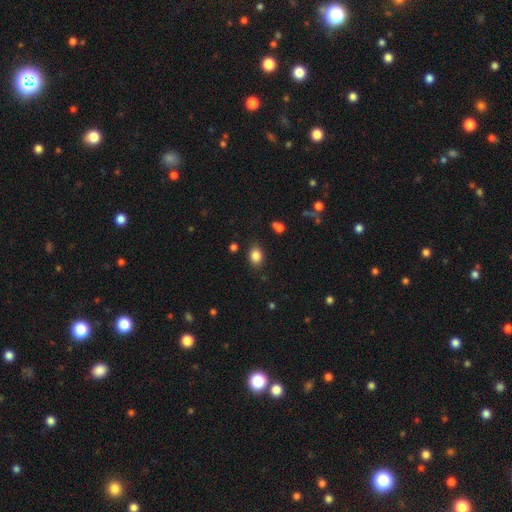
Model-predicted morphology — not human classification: Overall: smooth (84%). How rounded: in between (69%; round 30%). Merging: none (82%).